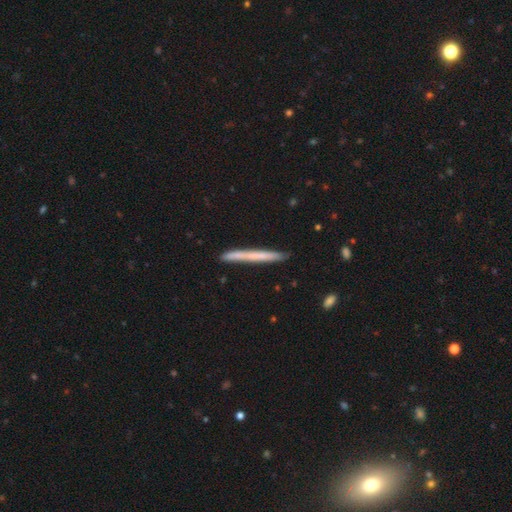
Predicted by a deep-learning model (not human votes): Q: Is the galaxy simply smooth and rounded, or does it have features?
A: smooth — 58%.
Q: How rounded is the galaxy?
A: cigar-shaped — 97%.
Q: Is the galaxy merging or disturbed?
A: none — 88%.